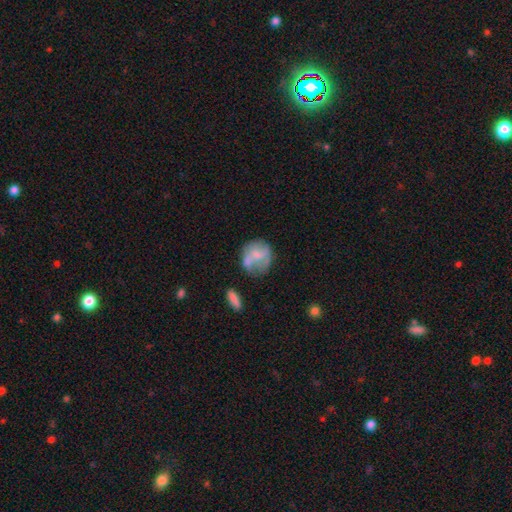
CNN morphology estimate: Overall: smooth (51%; featured or disk 41%). How rounded: round (75%). Merging: none (47%; minor disturbance 24%).